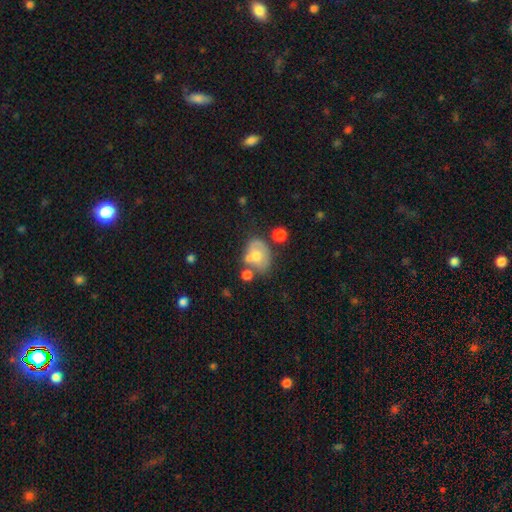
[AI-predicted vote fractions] smooth-or-featured: smooth: 58% | featured or disk: 33% | star or artifact: 9%
  how-rounded: in between: 61% | round: 38% | cigar-shaped: 1%
  merging: none: 41% | minor disturbance: 25% | merger: 22% | major disturbance: 12%